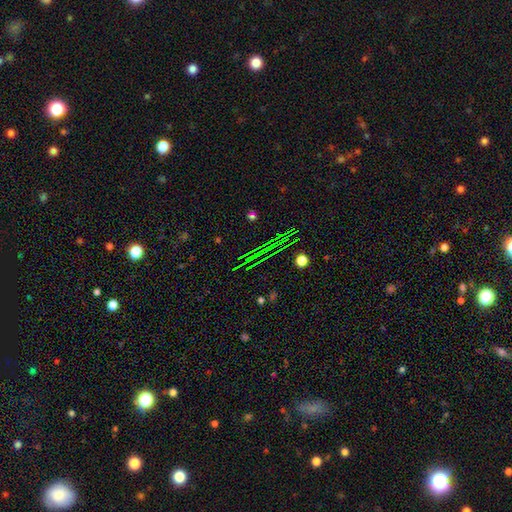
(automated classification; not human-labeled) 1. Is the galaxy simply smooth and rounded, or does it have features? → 69% star or artifact, 19% smooth, 12% featured or disk.